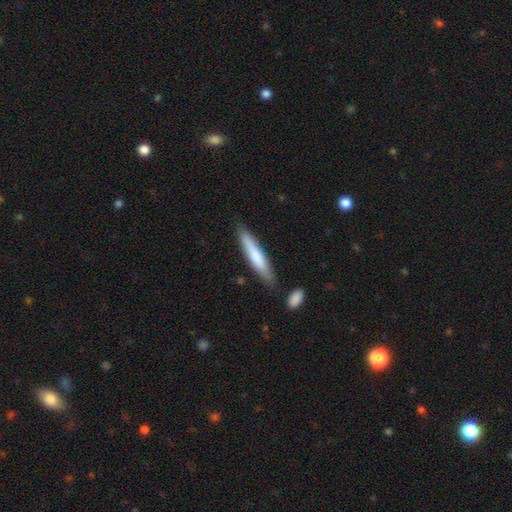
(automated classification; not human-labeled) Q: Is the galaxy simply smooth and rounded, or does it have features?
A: smooth — 71%.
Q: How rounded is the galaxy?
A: cigar-shaped — 91%.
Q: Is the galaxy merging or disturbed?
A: none — 80%.